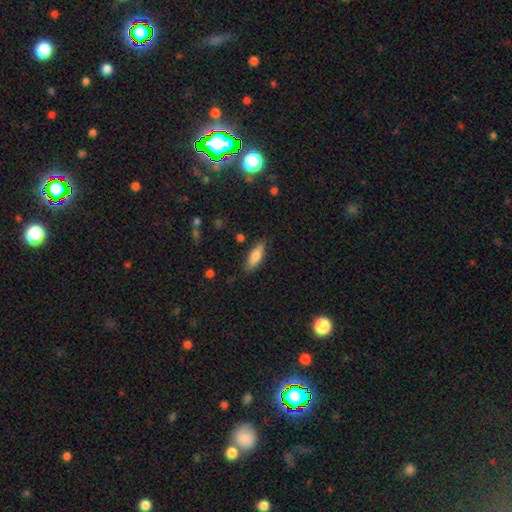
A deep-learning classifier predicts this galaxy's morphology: A smooth galaxy with no disk features (75%) that is in between round and cigar-shaped (61%). Merging: none (82%).